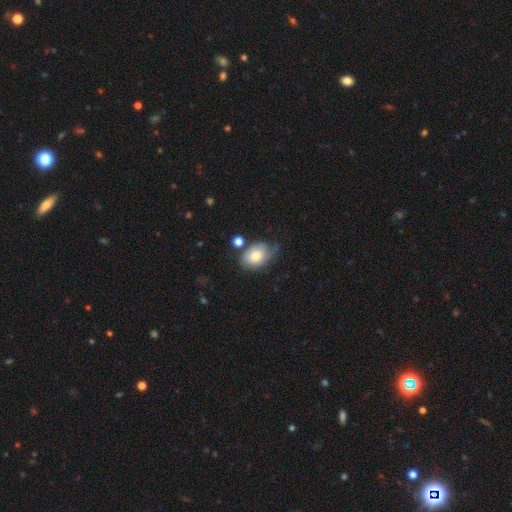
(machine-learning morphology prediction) This appears to be a smooth galaxy with no disk features (70%) that is in between round and cigar-shaped (80%). Merging: none (48%).